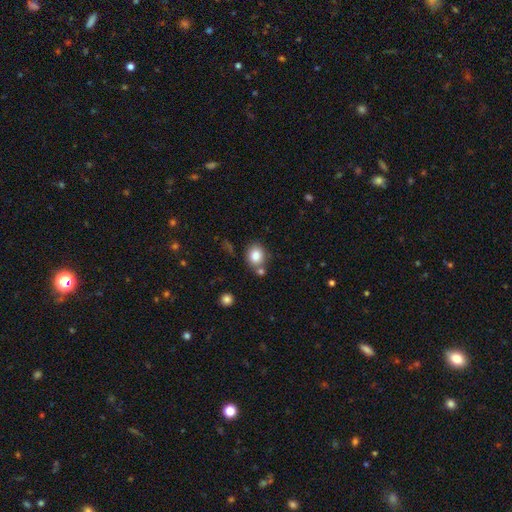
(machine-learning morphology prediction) smooth-or-featured: smooth: 83% | star or artifact: 10% | featured or disk: 7%
  how-rounded: round: 61% | in between: 38% | cigar-shaped: 1%
  merging: none: 69% | merger: 14% | minor disturbance: 12% | major disturbance: 4%